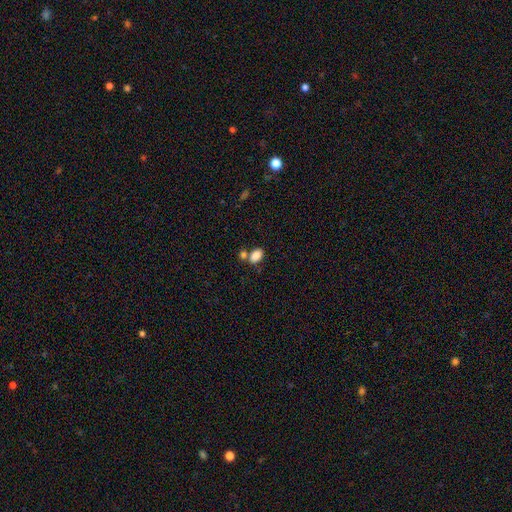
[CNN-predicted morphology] The model was most divided on "merging": none: 52%, merger: 32%, minor disturbance: 12%, major disturbance: 4%. More confident: how rounded — in between (87%); smooth or featured — smooth (85%).